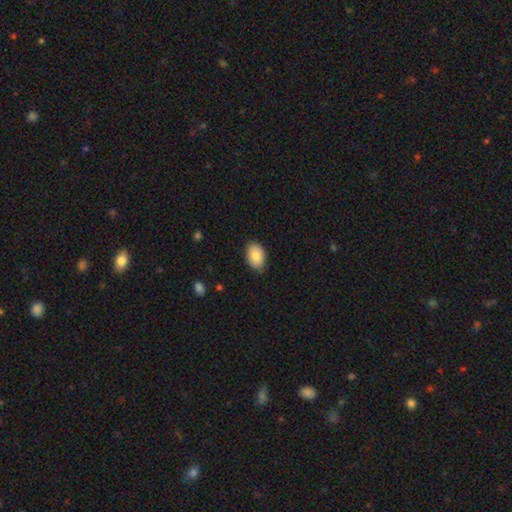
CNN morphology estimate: smooth 86%, featured or disk 7%, star or artifact 7%. Down the decision tree: how rounded — in between (87%); merging — none (83%).